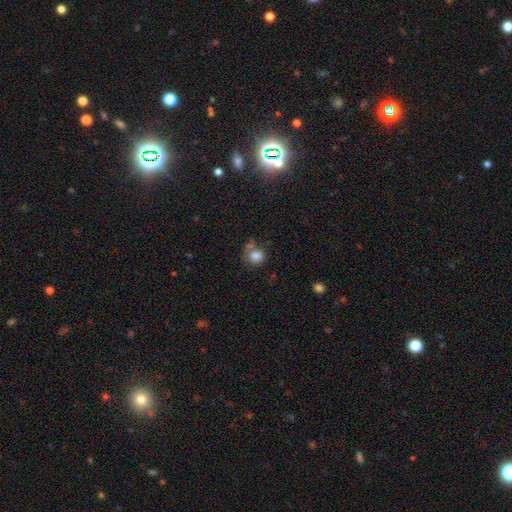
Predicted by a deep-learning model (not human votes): Smooth or featured? smooth (80%)
How rounded? round (70%)
Merging? none (44%)